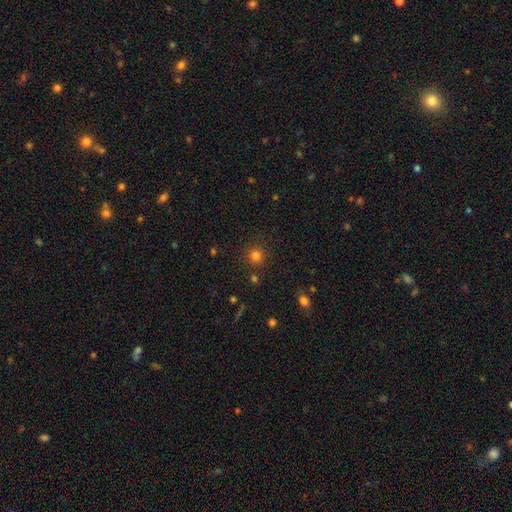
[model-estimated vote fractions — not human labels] A smooth galaxy with no disk features (79%) that is round (93%). Merging: none (88%).